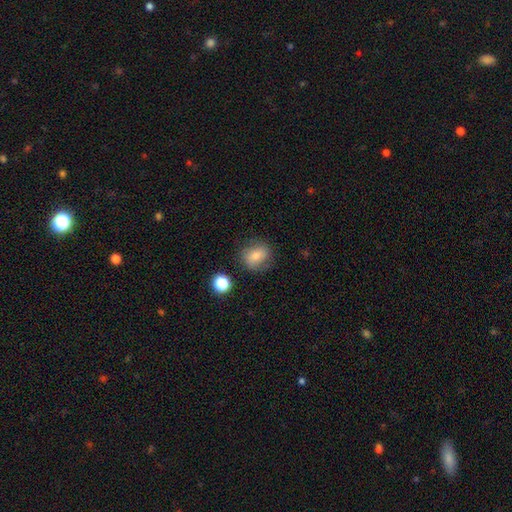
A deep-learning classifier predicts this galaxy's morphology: A smooth galaxy with no disk features (68%) that is round (70%). Merging: none (76%).